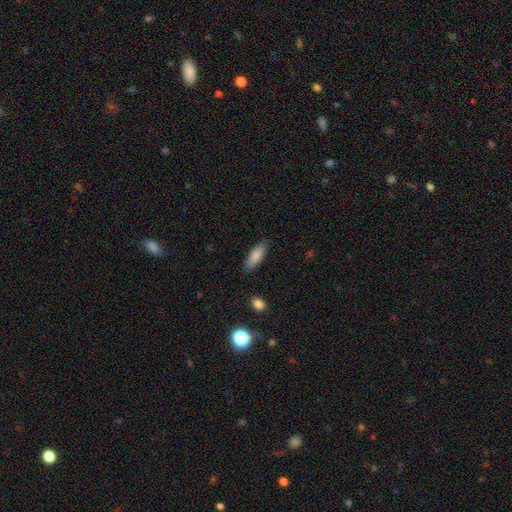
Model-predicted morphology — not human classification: This is clearly a smooth galaxy (85%). How rounded: likely in between (64%). Merging: clearly none (86%).